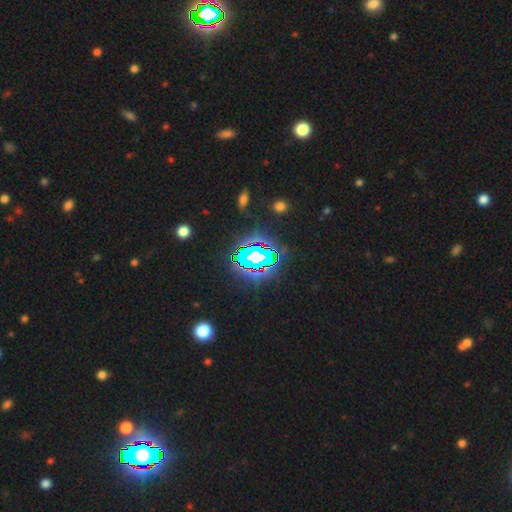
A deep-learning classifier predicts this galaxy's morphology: This is likely a star or artifact rather than a galaxy (73%).